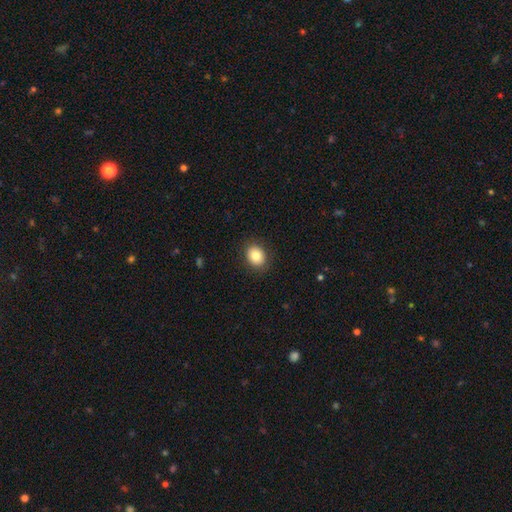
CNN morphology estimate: A smooth galaxy with no disk features (83%) that is round (52%). Merging: none (89%).